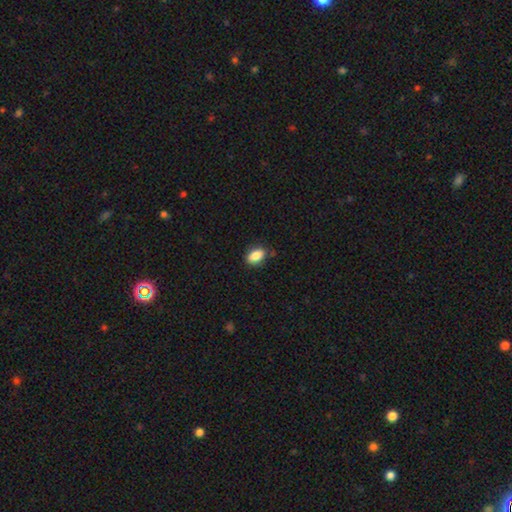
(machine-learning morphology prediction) A smooth galaxy with no disk features (86%) that is in between round and cigar-shaped (88%). Merging: none (82%).